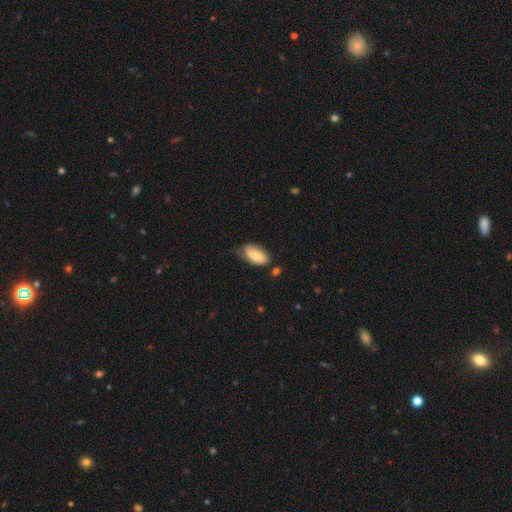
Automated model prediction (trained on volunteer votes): Morphology: type=smooth (68%); roundness=in between (93%); merging=none (52%).